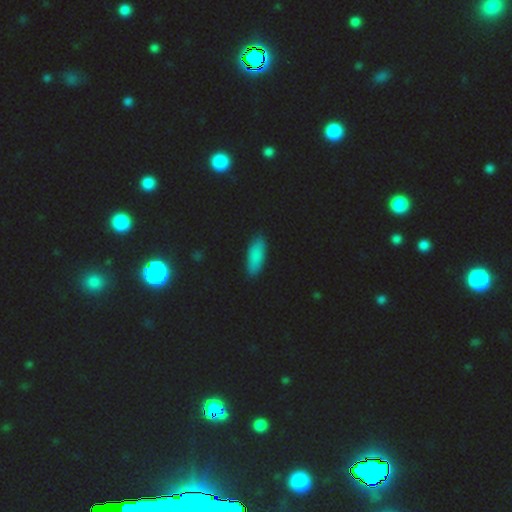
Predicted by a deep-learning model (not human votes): Morphology: type=smooth (81%); roundness=in between (73%); merging=none (88%).